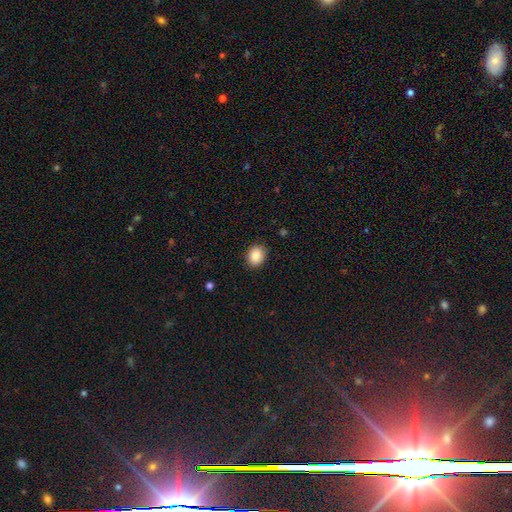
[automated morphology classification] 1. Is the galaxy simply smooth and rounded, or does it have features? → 88% smooth, 8% star or artifact, 4% featured or disk.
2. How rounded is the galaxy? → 52% round, 47% in between, 1% cigar-shaped.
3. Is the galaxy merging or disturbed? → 88% none, 9% minor disturbance, 2% major disturbance, 1% merger.